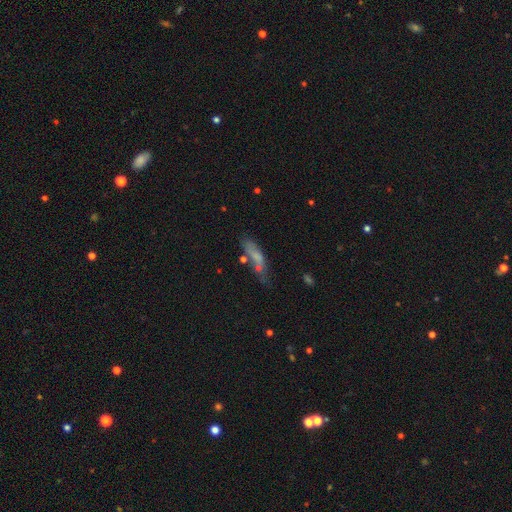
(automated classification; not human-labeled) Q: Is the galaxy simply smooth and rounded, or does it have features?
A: smooth — 62%.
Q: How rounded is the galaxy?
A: cigar-shaped — 58%.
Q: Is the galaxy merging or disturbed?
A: none — 39%.